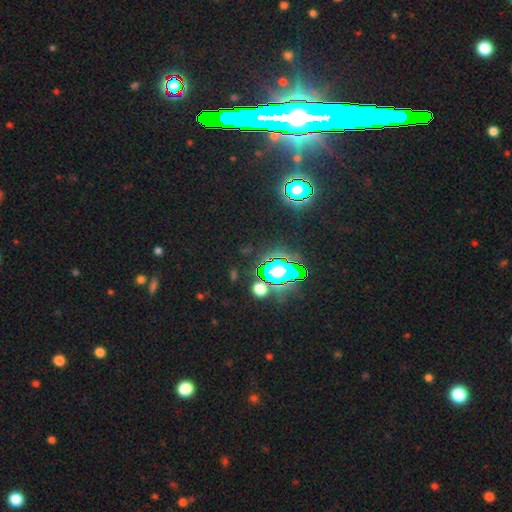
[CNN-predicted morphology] Smooth or featured?
  - star or artifact: 79% *
  - featured or disk: 11%
  - smooth: 10%